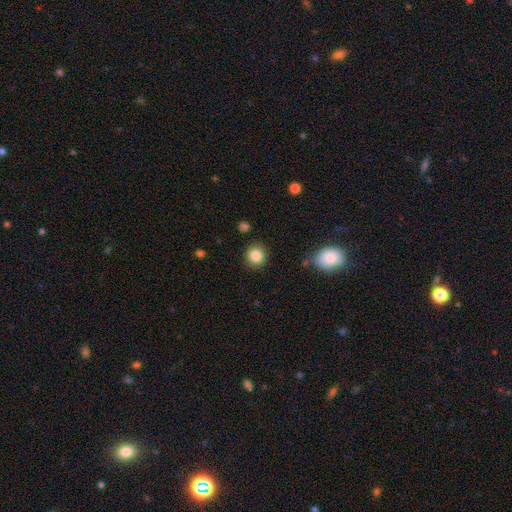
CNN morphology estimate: smooth_or_featured: smooth (p=0.85) [alt: star or artifact p=0.10]
how_rounded: round (p=0.91) [alt: in between p=0.08]
merging: none (p=0.89) [alt: minor disturbance p=0.07]